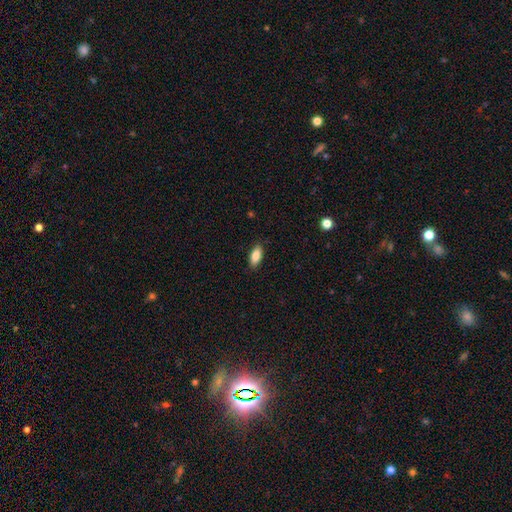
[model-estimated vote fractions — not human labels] smooth-or-featured: smooth: 85% | featured or disk: 8% | star or artifact: 7%
  how-rounded: in between: 83% | cigar-shaped: 14% | round: 2%
  merging: none: 88% | minor disturbance: 9% | major disturbance: 2% | merger: 1%